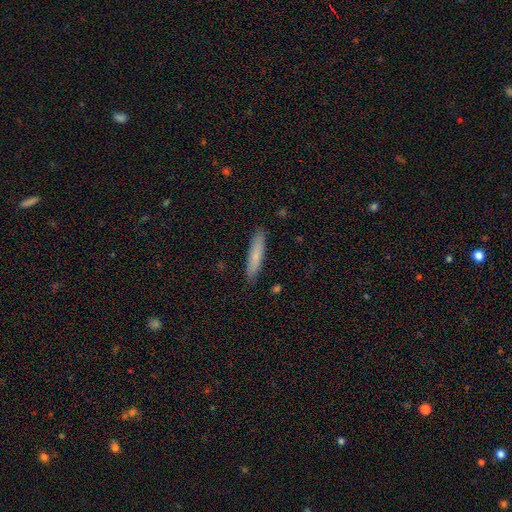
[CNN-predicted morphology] type=smooth (74%); roundness=cigar-shaped (85%); merging=none (89%).